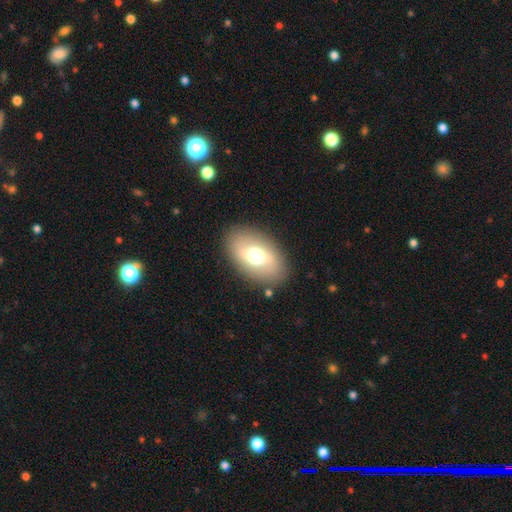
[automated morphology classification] This appears to be a smooth galaxy with no disk features (61%) that is in between round and cigar-shaped (87%). Merging: none (85%).